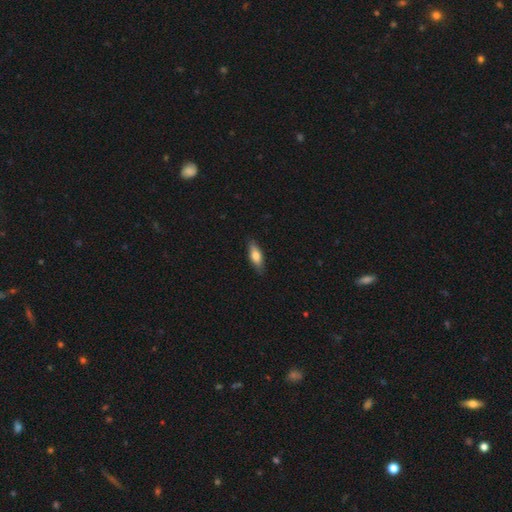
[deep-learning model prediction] smooth-or-featured: smooth: 71% | featured or disk: 23% | star or artifact: 6%
  how-rounded: in between: 64% | cigar-shaped: 34% | round: 3%
  merging: none: 86% | minor disturbance: 11% | major disturbance: 2% | merger: 1%